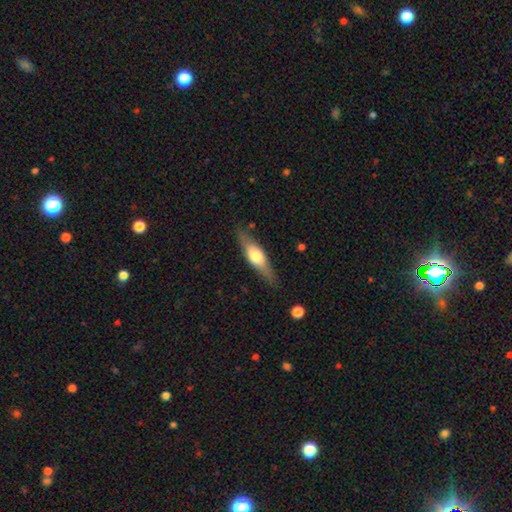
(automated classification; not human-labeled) Smooth or featured?
  - featured or disk: 51% *
  - smooth: 43%
  - star or artifact: 5%
Edge-on disk?
  - yes: 89% *
  - no: 11%
Merging?
  - none: 84% *
  - minor disturbance: 12%
  - major disturbance: 3%
  - merger: 2%